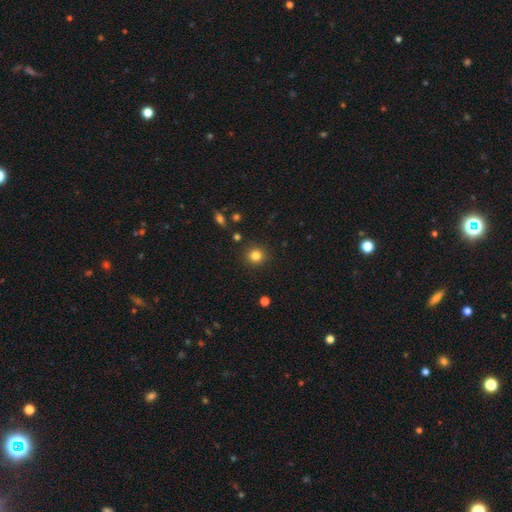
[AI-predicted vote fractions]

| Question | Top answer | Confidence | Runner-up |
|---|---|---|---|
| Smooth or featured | smooth | 83% | star or artifact (12%) |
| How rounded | round | 90% | in between (9%) |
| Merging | none | 90% | minor disturbance (6%) |